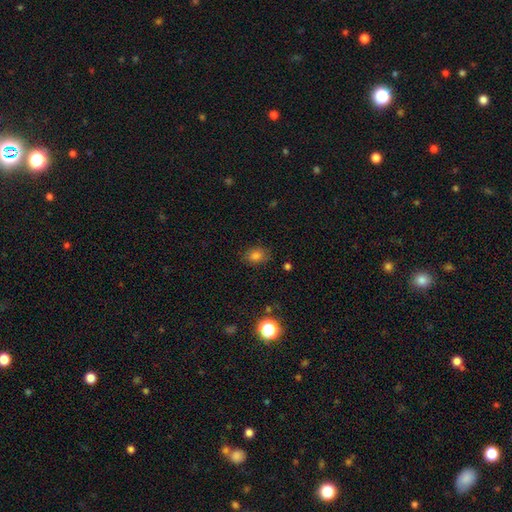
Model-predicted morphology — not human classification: A smooth galaxy with no disk features (79%) that is in between round and cigar-shaped (64%).

Vote fractions:
- Smooth or featured? smooth: 79% / star or artifact: 15% / featured or disk: 6%
- How rounded? in between: 64% / round: 35% / cigar-shaped: 1%
- Merging? none: 81% / minor disturbance: 14% / major disturbance: 4% / merger: 1%